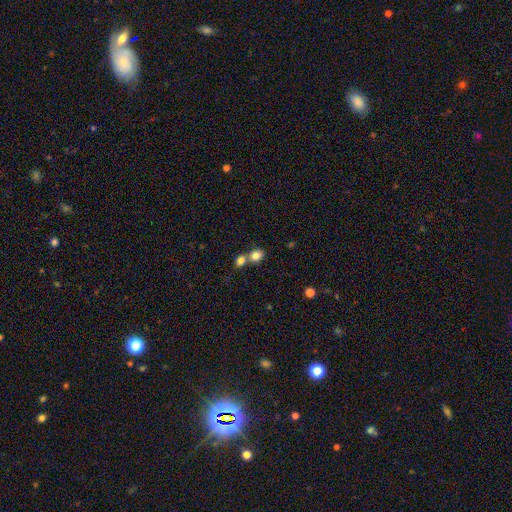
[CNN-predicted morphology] Overall: smooth (82%). How rounded: round (50%; in between 49%). Merging: merger (49%; none 41%).